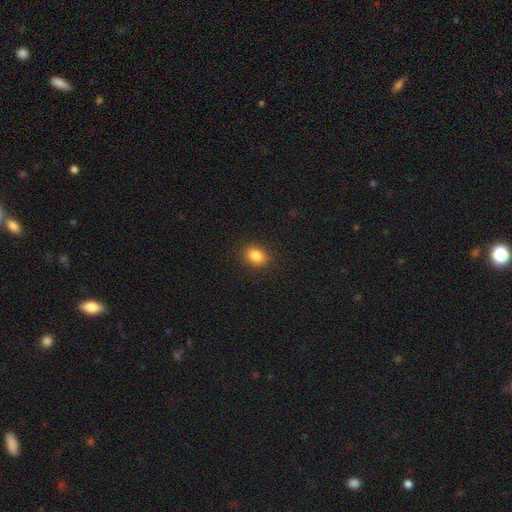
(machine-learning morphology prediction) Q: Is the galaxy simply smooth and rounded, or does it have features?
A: smooth — 84%.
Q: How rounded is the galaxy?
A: in between — 54%.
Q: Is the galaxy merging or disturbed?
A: none — 88%.